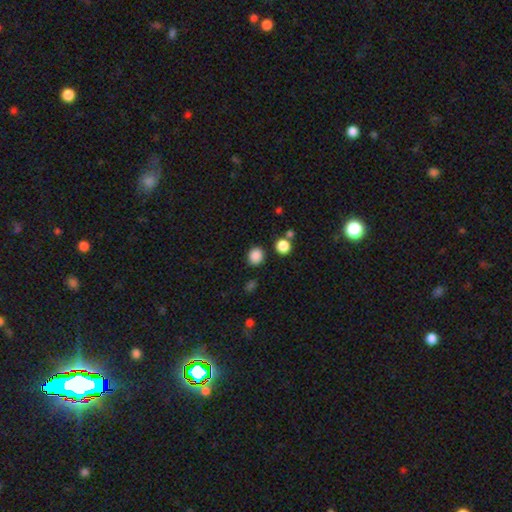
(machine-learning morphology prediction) smooth_or_featured: smooth (p=0.86) [alt: star or artifact p=0.11]
how_rounded: round (p=0.75) [alt: in between p=0.24]
merging: none (p=0.85) [alt: minor disturbance p=0.08]